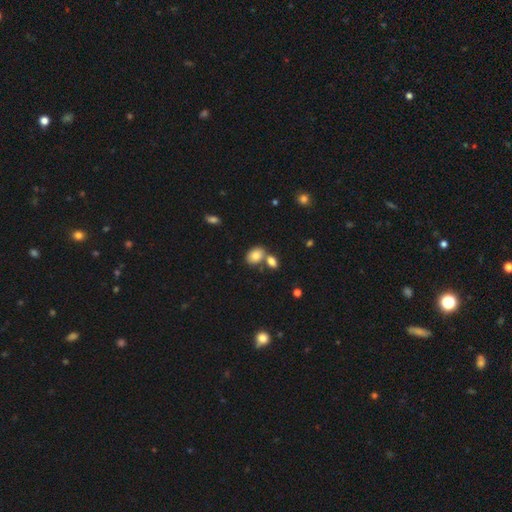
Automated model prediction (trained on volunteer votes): Smooth or featured? Predicted: smooth (p=0.82). How rounded? Predicted: in between (p=0.84). Merging? Predicted: none (p=0.52).